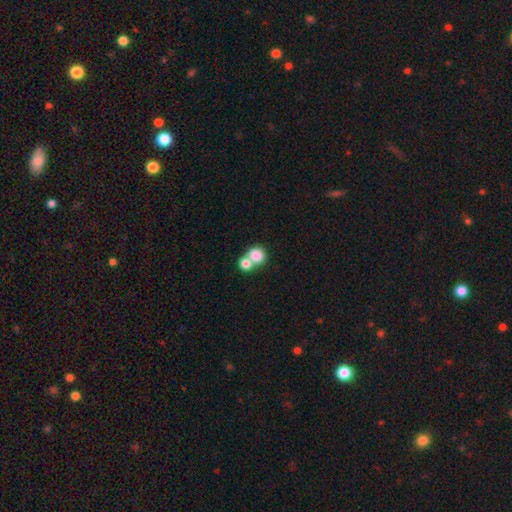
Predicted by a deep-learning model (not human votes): Smooth or featured: smooth — 81% (featured or disk — 10%)
How rounded: round — 81% (in between — 18%)
Merging: merger — 54% (none — 37%)